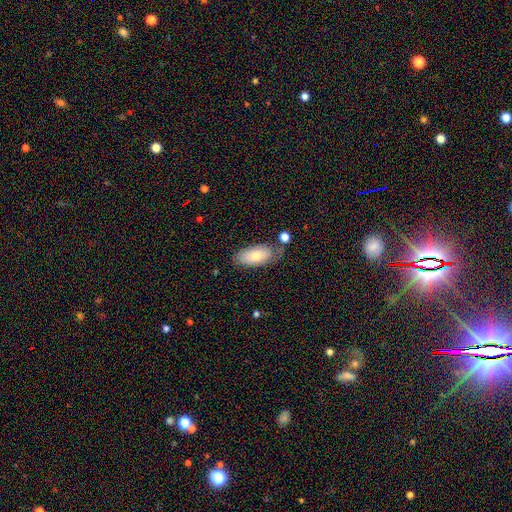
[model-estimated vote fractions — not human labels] smooth_or_featured: smooth (p=0.76) [alt: featured or disk p=0.18]
how_rounded: in between (p=0.91) [alt: cigar-shaped p=0.06]
merging: none (p=0.62) [alt: minor disturbance p=0.24]